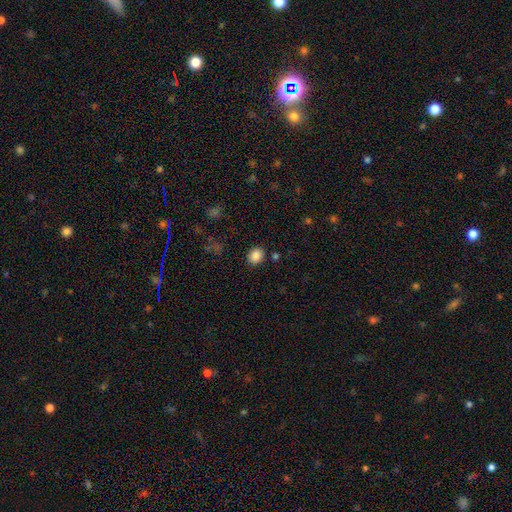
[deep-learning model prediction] smooth_or_featured: smooth (p=0.86) [alt: star or artifact p=0.10]
how_rounded: round (p=0.55) [alt: in between p=0.44]
merging: none (p=0.86) [alt: minor disturbance p=0.09]